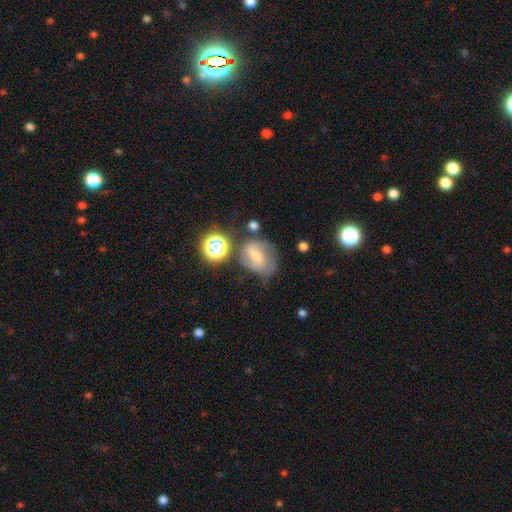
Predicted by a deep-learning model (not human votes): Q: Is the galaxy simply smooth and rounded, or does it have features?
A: featured or disk — 49%.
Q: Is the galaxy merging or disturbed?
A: none — 48%.